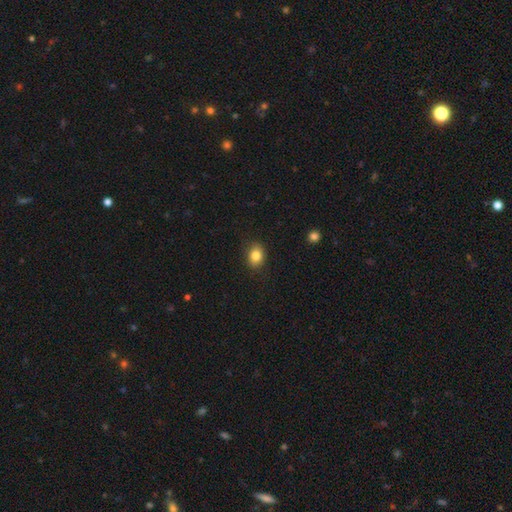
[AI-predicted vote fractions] Smooth or featured? Predicted: smooth (p=0.84). How rounded? Predicted: in between (p=0.61). Merging? Predicted: none (p=0.87).